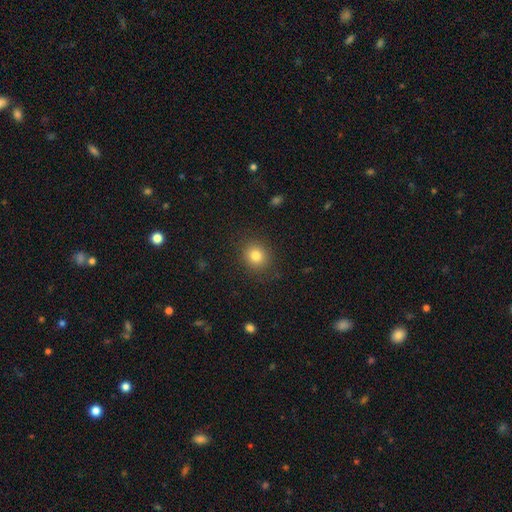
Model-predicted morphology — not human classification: Smooth or featured?
  - smooth: 82% *
  - star or artifact: 11%
  - featured or disk: 7%
How rounded?
  - round: 77% *
  - in between: 22%
  - cigar-shaped: 1%
Merging?
  - none: 86% *
  - minor disturbance: 9%
  - major disturbance: 3%
  - merger: 1%